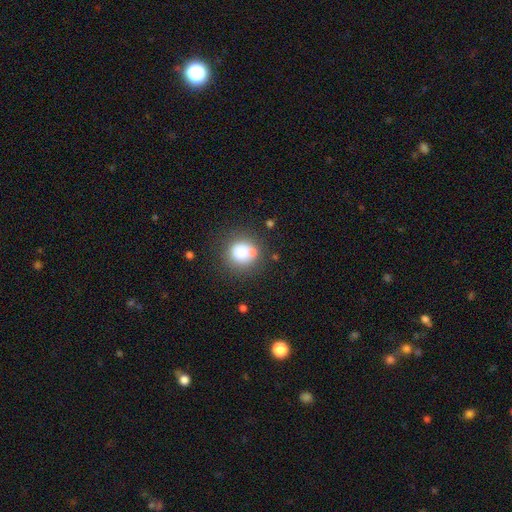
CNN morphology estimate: smooth 76%, star or artifact 15%, featured or disk 9%. Down the decision tree: how rounded — round (82%); merging — none (69%).